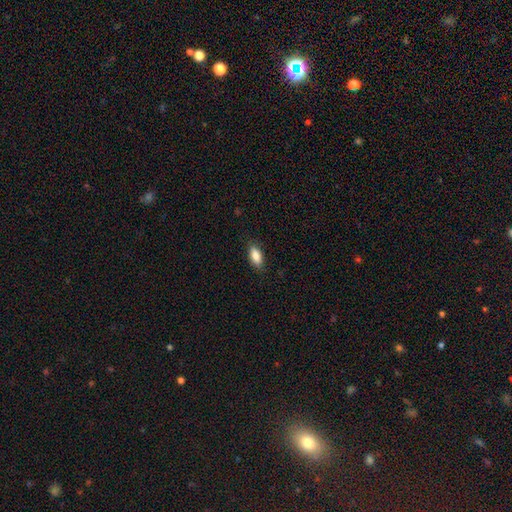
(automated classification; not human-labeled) smooth_or_featured: smooth (p=0.86) [alt: featured or disk p=0.08]
how_rounded: in between (p=0.86) [alt: cigar-shaped p=0.11]
merging: none (p=0.85) [alt: minor disturbance p=0.12]